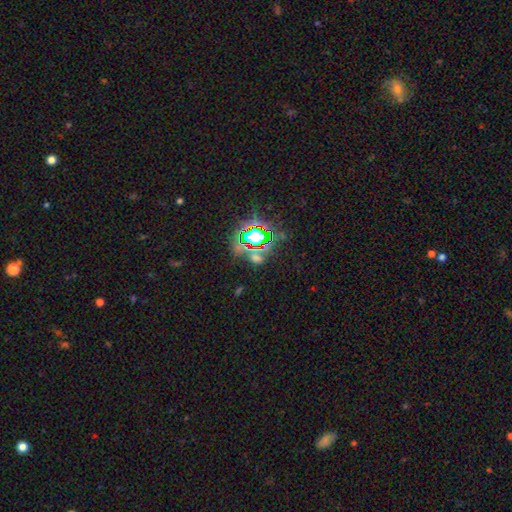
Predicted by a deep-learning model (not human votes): Morphology: type=star or artifact (75%).